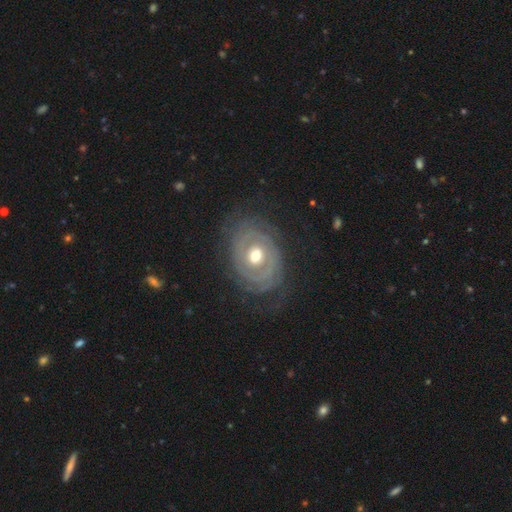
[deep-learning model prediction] A featured or disk galaxy (81%) with no bar (74%), tight (75%) spiral arms (82%) and a moderate central bulge (72%). Merging: none (74%).